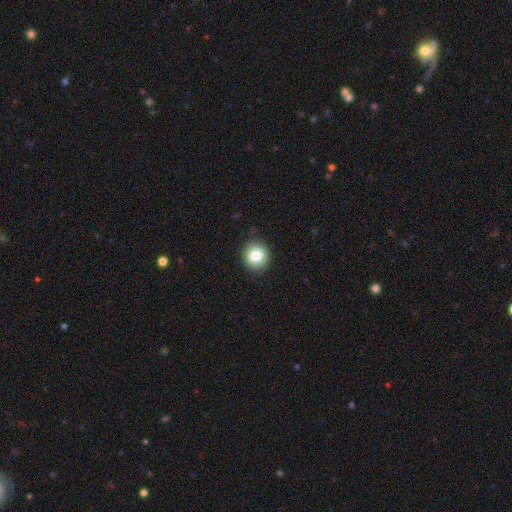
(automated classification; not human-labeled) A smooth galaxy with no disk features (82%) that is round (88%).

Vote fractions:
- Smooth or featured? smooth: 82% / star or artifact: 10% / featured or disk: 8%
- How rounded? round: 88% / in between: 11% / cigar-shaped: 1%
- Merging? none: 90% / minor disturbance: 7% / major disturbance: 2% / merger: 1%